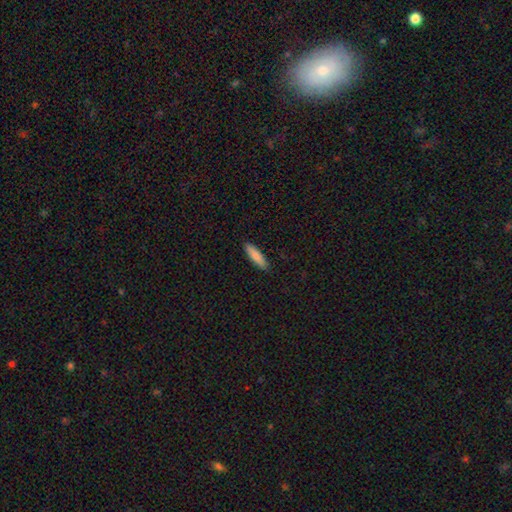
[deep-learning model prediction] smooth 84%, featured or disk 10%, star or artifact 6%. Down the decision tree: how rounded — cigar-shaped (66%); merging — none (90%).